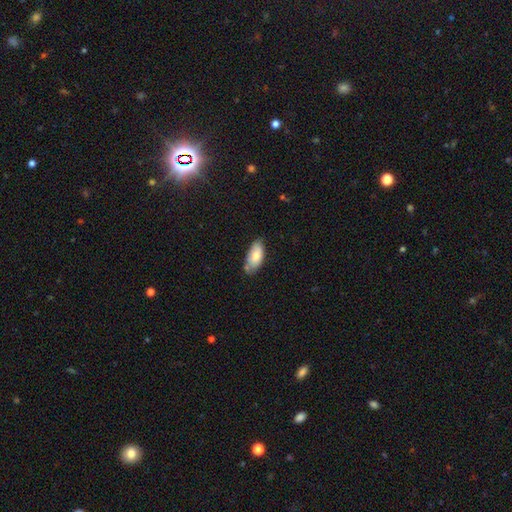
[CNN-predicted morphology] Overall: smooth (76%). How rounded: in between (91%). Merging: none (65%; minor disturbance 26%).